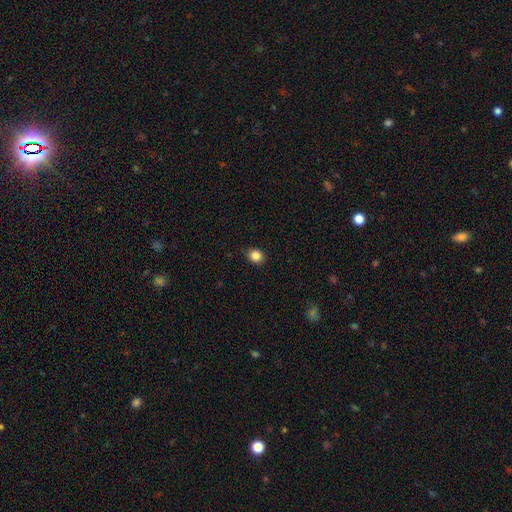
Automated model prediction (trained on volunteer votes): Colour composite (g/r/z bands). It shows a smooth galaxy with no disk features (85%) that is round (75%). Merging: none (87%).